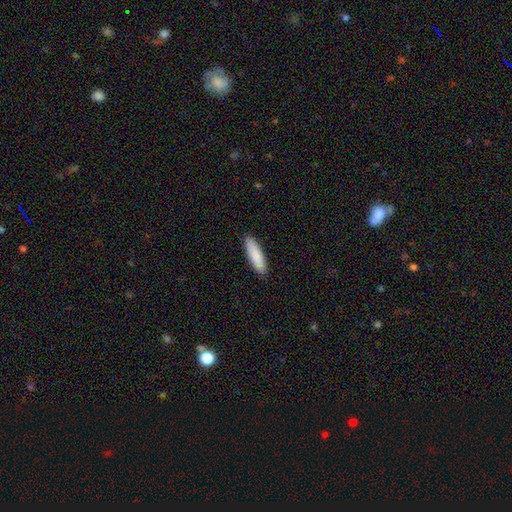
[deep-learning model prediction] A smooth galaxy with no disk features (87%) that is cigar-shaped (57%).

Vote fractions:
- Smooth or featured? smooth: 87% / featured or disk: 8% / star or artifact: 5%
- How rounded? cigar-shaped: 57% / in between: 42% / round: 1%
- Merging? none: 85% / minor disturbance: 12% / major disturbance: 2% / merger: 1%